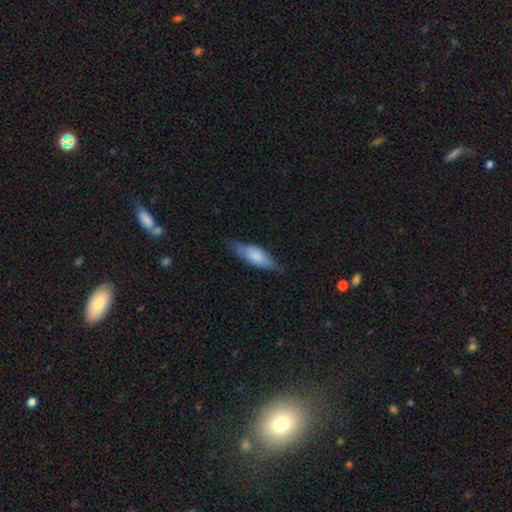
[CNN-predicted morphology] smooth-or-featured: smooth: 71% | featured or disk: 24% | star or artifact: 6%
  how-rounded: in between: 63% | cigar-shaped: 35% | round: 2%
  merging: none: 68% | minor disturbance: 25% | major disturbance: 5% | merger: 1%